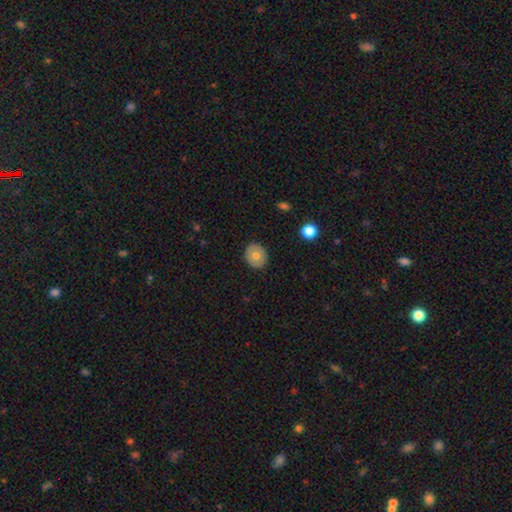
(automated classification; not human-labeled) Overall: smooth (64%; featured or disk 29%). How rounded: round (68%; in between 31%). Merging: none (88%).